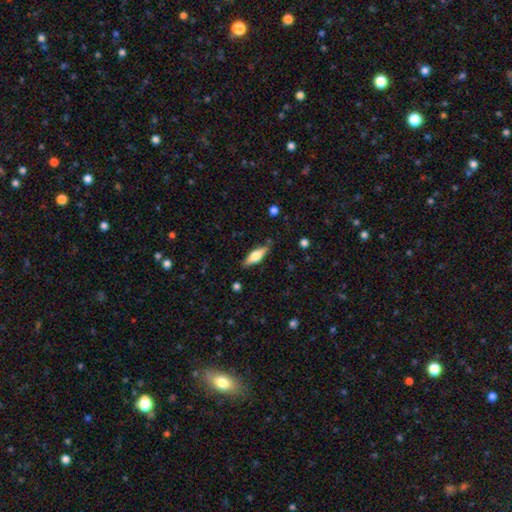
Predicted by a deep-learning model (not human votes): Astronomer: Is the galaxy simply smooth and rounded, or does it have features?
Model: smooth — 56% (runner-up: featured or disk, 38%).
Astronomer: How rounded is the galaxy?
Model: in between — 53% (runner-up: cigar-shaped, 45%).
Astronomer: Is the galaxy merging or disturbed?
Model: none — 81%.